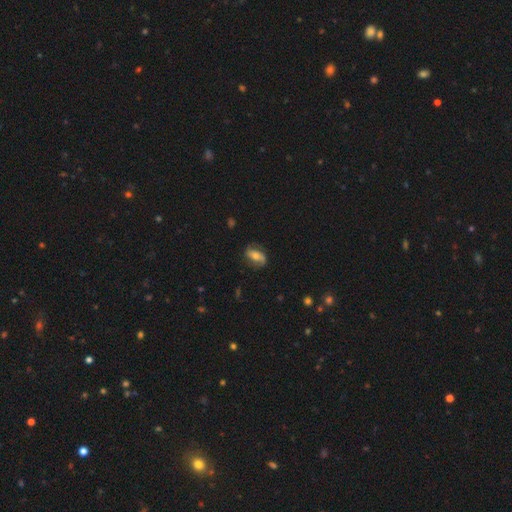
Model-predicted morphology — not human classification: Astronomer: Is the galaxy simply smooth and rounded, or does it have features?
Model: featured or disk — 62%.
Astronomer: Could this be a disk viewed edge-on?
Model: no — 93%.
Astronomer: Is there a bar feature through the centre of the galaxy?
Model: no — 42% (runner-up: strong, 30%).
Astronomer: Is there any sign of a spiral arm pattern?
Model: yes — 87%.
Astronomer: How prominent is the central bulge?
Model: moderate — 58% (runner-up: small, 33%).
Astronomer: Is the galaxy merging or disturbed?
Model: none — 75%.